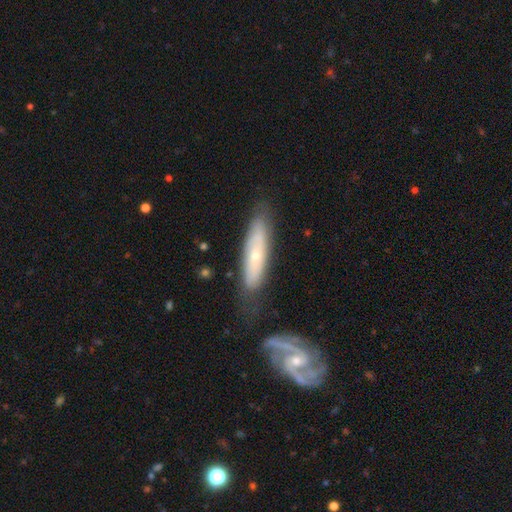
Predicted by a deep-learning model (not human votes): This appears to be a featured or disk galaxy (55%). Merging: none (70%).